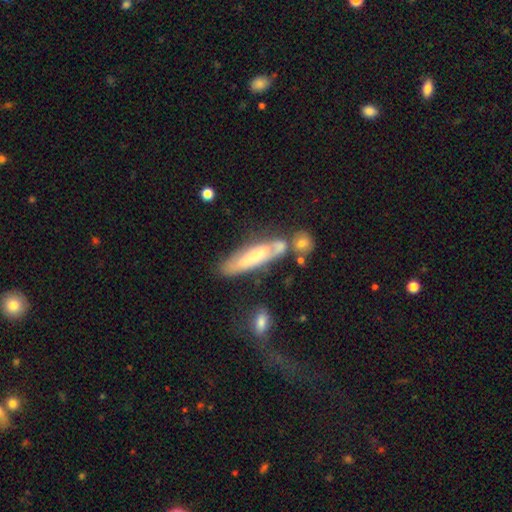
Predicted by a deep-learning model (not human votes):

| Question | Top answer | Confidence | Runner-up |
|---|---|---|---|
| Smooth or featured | smooth | 49% | featured or disk (44%) |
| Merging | none | 47% | merger (22%) |